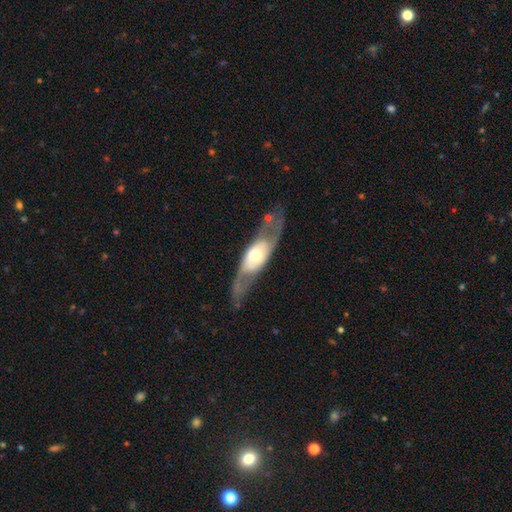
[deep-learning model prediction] Smooth or featured?
  - featured or disk: 71% *
  - smooth: 24%
  - star or artifact: 5%
Edge-on disk?
  - no: 68% *
  - yes: 32%
Merging?
  - none: 69% *
  - minor disturbance: 16%
  - major disturbance: 13%
  - merger: 3%